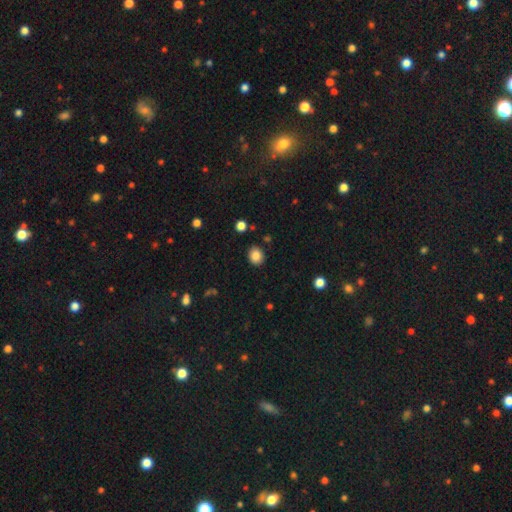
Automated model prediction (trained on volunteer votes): This appears to be a smooth galaxy with no disk features (85%) that is round (60%). Merging: none (88%).